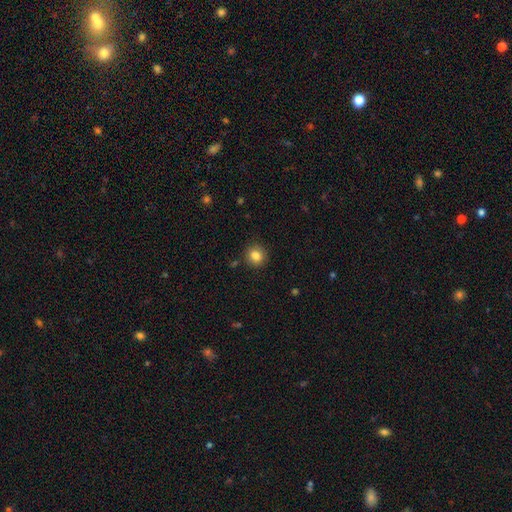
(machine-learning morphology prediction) Smooth or featured?
  - smooth: 84% *
  - star or artifact: 10%
  - featured or disk: 6%
How rounded?
  - round: 86% *
  - in between: 13%
  - cigar-shaped: 1%
Merging?
  - none: 88% *
  - minor disturbance: 8%
  - major disturbance: 2%
  - merger: 2%